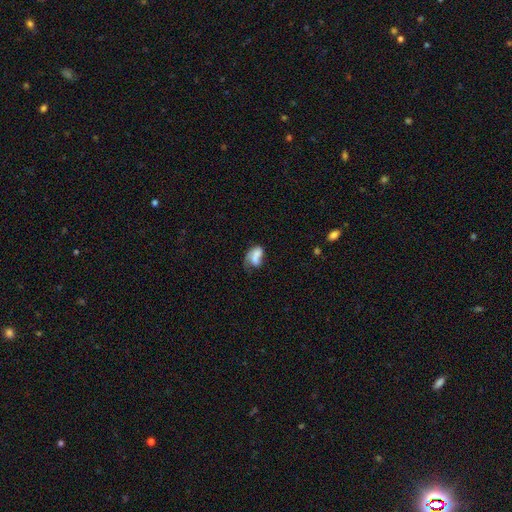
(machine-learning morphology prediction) smooth_or_featured: smooth (p=0.59) [alt: featured or disk p=0.30]
how_rounded: in between (p=0.84) [alt: round p=0.12]
merging: major disturbance (p=0.28) [alt: merger p=0.25]